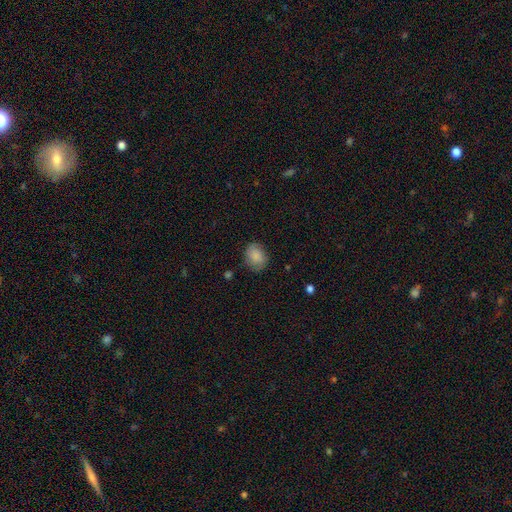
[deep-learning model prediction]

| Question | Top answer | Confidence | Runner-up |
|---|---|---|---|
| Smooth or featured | smooth | 82% | featured or disk (10%) |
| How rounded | round | 50% | in between (49%) |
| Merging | none | 76% | minor disturbance (18%) |